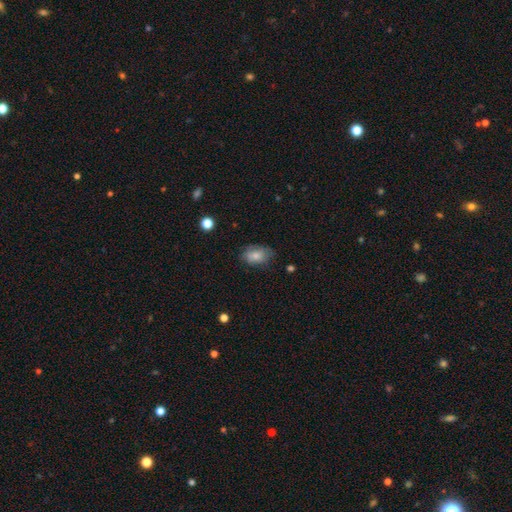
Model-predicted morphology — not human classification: A smooth galaxy with no disk features (76%) that is in between round and cigar-shaped (84%).

Vote fractions:
- Smooth or featured? smooth: 76% / featured or disk: 16% / star or artifact: 8%
- How rounded? in between: 84% / round: 14% / cigar-shaped: 2%
- Merging? none: 67% / minor disturbance: 25% / major disturbance: 7% / merger: 1%